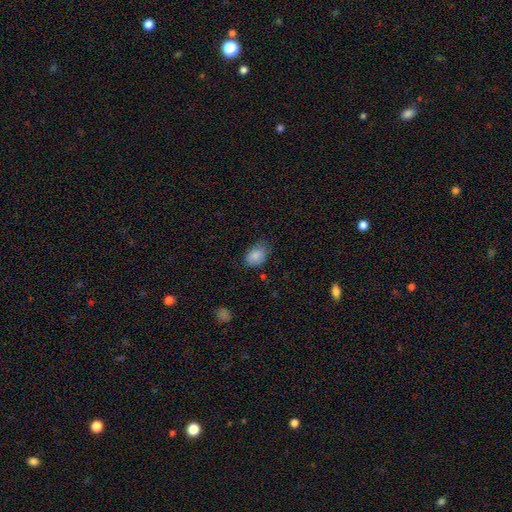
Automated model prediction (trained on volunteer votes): The model was most divided on "merging": none: 64%, minor disturbance: 28%, major disturbance: 6%, merger: 2%. More confident: smooth or featured — smooth (86%); how rounded — in between (80%).